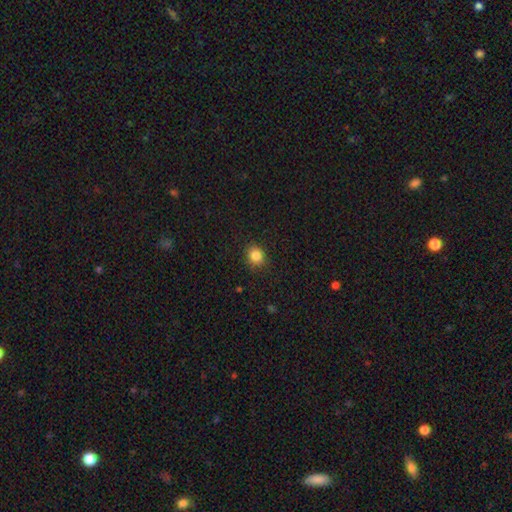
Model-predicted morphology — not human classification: smooth-or-featured: smooth: 84% | star or artifact: 11% | featured or disk: 5%
  how-rounded: round: 75% | in between: 24% | cigar-shaped: 1%
  merging: none: 88% | minor disturbance: 9% | major disturbance: 2% | merger: 1%